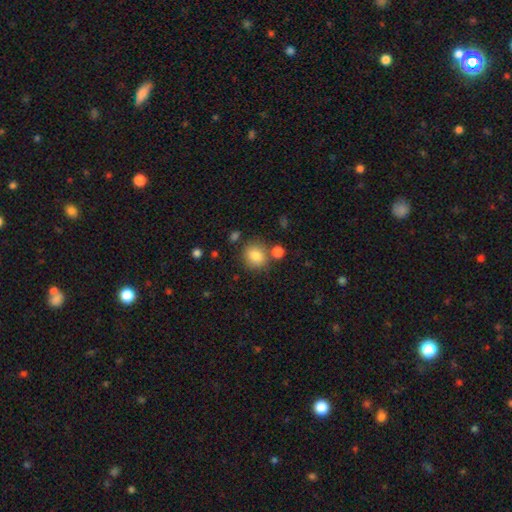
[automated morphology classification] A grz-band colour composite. It shows a smooth galaxy with no disk features (83%) that is round (74%). Merging: none (72%).